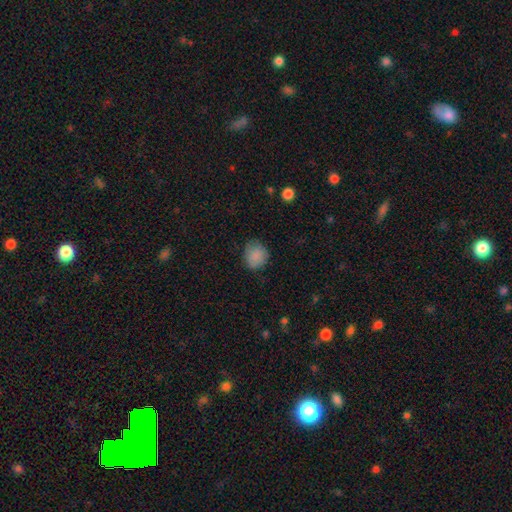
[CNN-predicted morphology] A smooth galaxy with no disk features (86%) that is round (71%). Merging: none (75%).